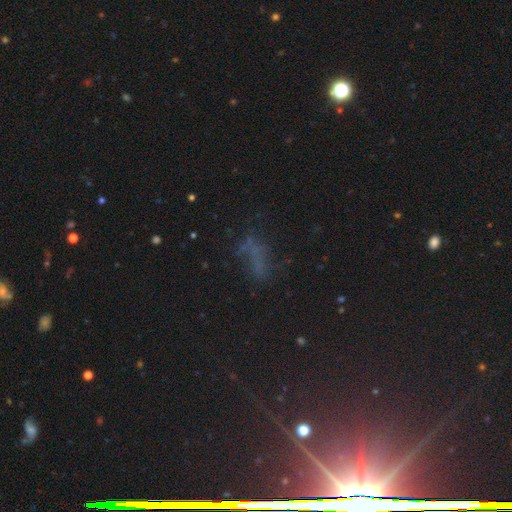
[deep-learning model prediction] A star or artifact, not a galaxy (41%).

Vote fractions:
- Smooth or featured? star or artifact: 41% / smooth: 35% / featured or disk: 24%